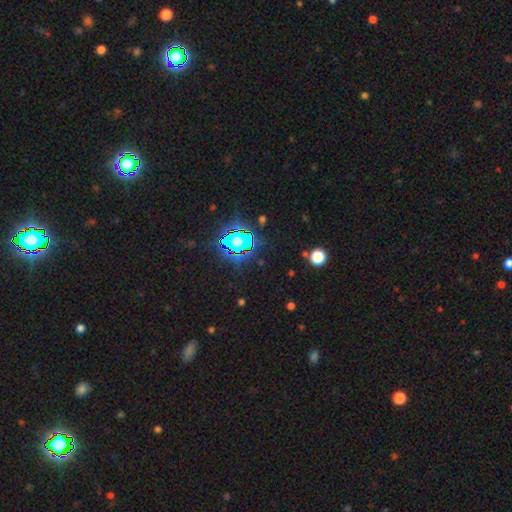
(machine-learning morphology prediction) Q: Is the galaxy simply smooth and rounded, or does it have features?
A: star or artifact — 80%.